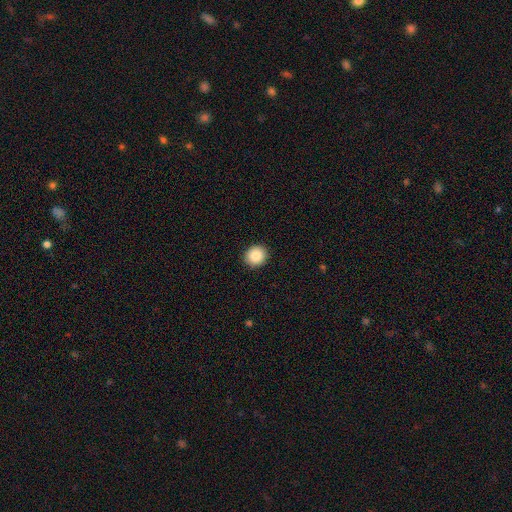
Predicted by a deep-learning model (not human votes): This appears to be a smooth galaxy with no disk features (87%) that is round (84%). Merging: none (92%).